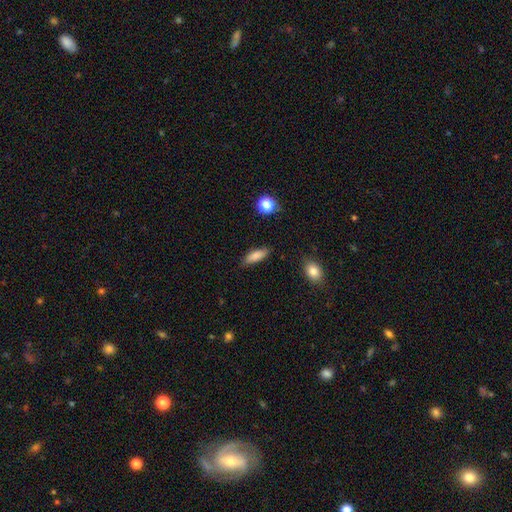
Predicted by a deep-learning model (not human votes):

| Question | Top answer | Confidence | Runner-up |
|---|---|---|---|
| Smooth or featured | smooth | 84% | featured or disk (8%) |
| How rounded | in between | 59% | cigar-shaped (38%) |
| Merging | none | 81% | minor disturbance (14%) |